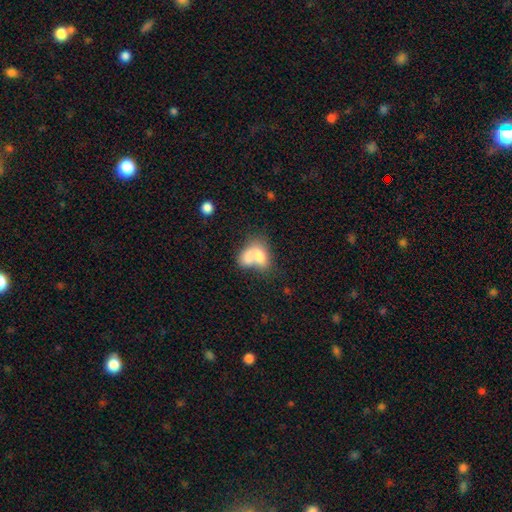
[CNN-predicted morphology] Smooth or featured: smooth — 74% (featured or disk — 19%)
How rounded: in between — 82% (round — 15%)
Merging: merger — 70% (none — 16%)